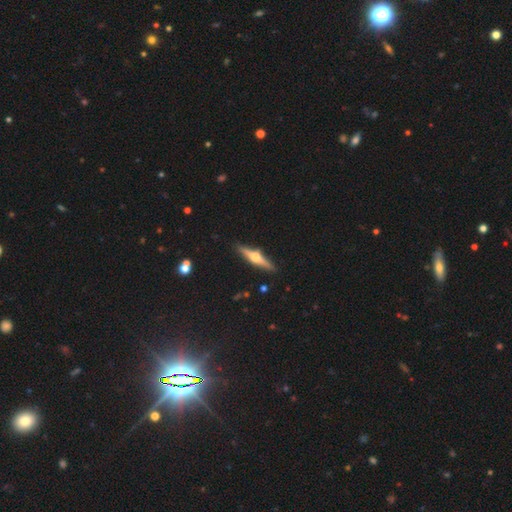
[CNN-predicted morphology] A featured or disk galaxy (72%) viewed edge-on (97%) with a rounded central bulge (95%).

Vote fractions:
- Smooth or featured? featured or disk: 72% / smooth: 22% / star or artifact: 6%
- Edge-on disk? yes: 97% / no: 3%
- Edge-on bulge? rounded: 95% / boxy: 3% / none: 2%
- Merging? none: 90% / minor disturbance: 7% / merger: 2% / major disturbance: 2%